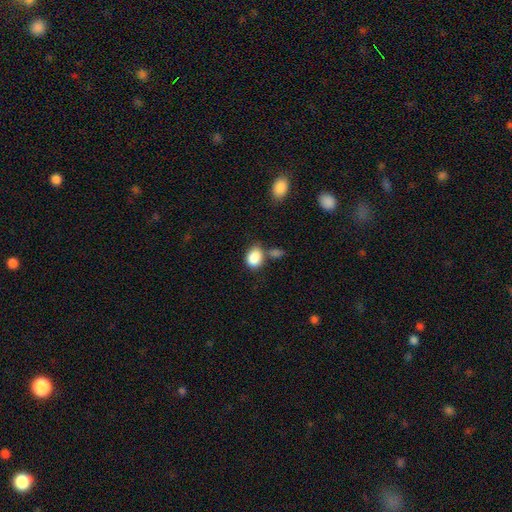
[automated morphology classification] Q: Smooth or featured?
A: smooth (87%); runner-up: star or artifact (8%)
Q: How rounded?
A: in between (70%); runner-up: round (29%)
Q: Merging?
A: none (54%); runner-up: merger (21%)